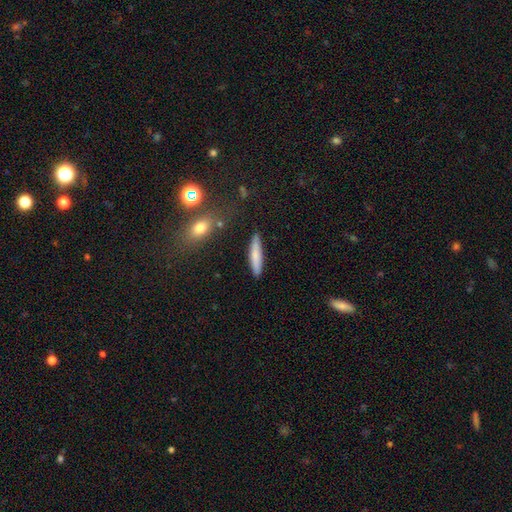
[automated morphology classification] type=smooth (75%); roundness=cigar-shaped (86%); merging=none (85%).